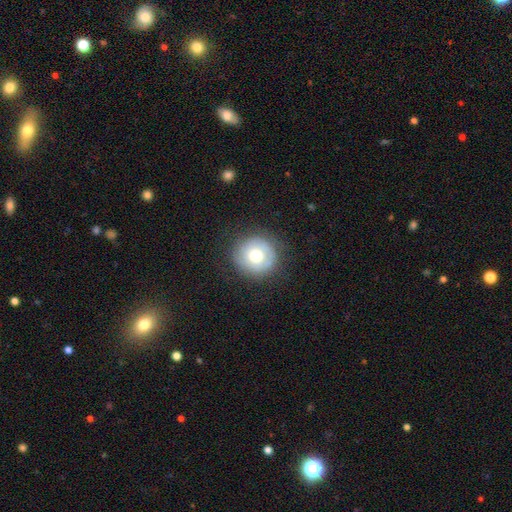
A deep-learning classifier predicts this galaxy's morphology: A smooth galaxy with no disk features (64%) that is round (93%).

Vote fractions:
- Smooth or featured? smooth: 64% / featured or disk: 26% / star or artifact: 9%
- How rounded? round: 93% / in between: 6% / cigar-shaped: 1%
- Merging? none: 81% / minor disturbance: 13% / major disturbance: 5% / merger: 1%